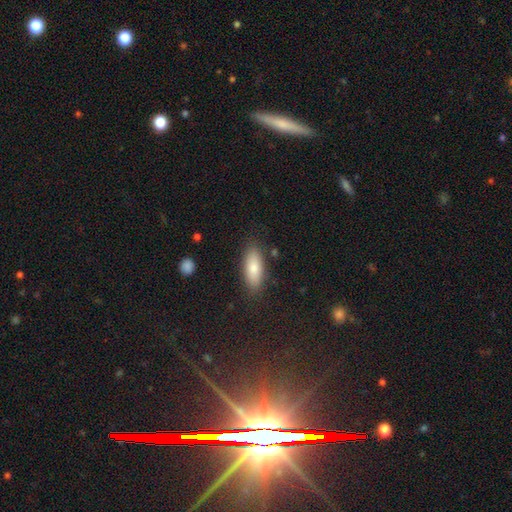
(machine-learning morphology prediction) Smooth or featured? Predicted: smooth (p=0.78). How rounded? Predicted: in between (p=0.74). Merging? Predicted: none (p=0.86).